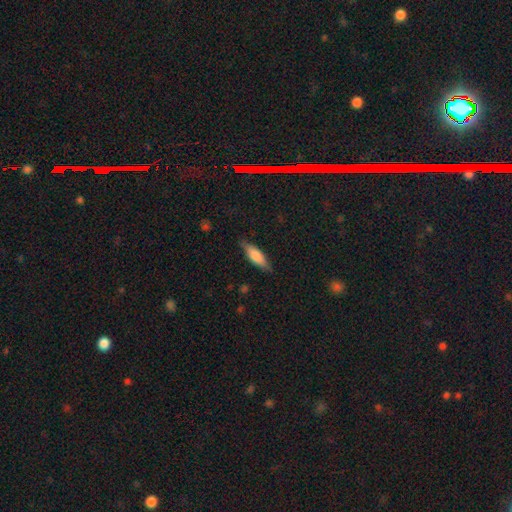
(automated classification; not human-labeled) smooth_or_featured: smooth (p=0.71) [alt: featured or disk p=0.23]
how_rounded: cigar-shaped (p=0.53) [alt: in between p=0.45]
merging: none (p=0.82) [alt: minor disturbance p=0.14]